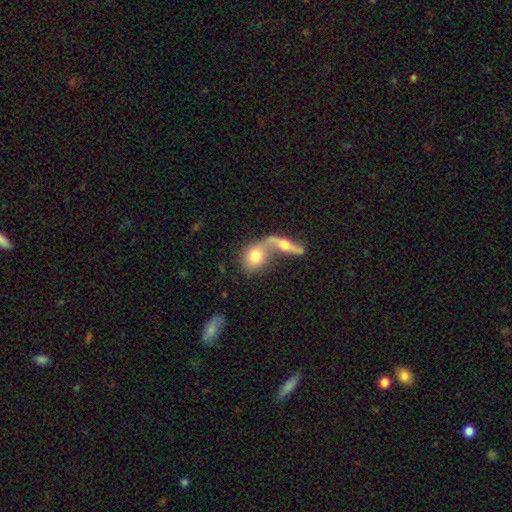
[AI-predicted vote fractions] Q: Smooth or featured?
A: smooth (68%); runner-up: featured or disk (25%)
Q: How rounded?
A: in between (55%); runner-up: round (40%)
Q: Merging?
A: merger (68%); runner-up: none (20%)